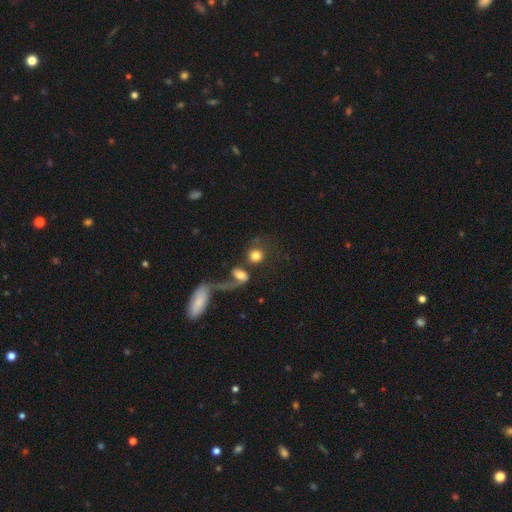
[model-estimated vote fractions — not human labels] smooth_or_featured: smooth (p=0.72) [alt: featured or disk p=0.18]
how_rounded: round (p=0.75) [alt: in between p=0.23]
merging: merger (p=0.43) [alt: none p=0.27]